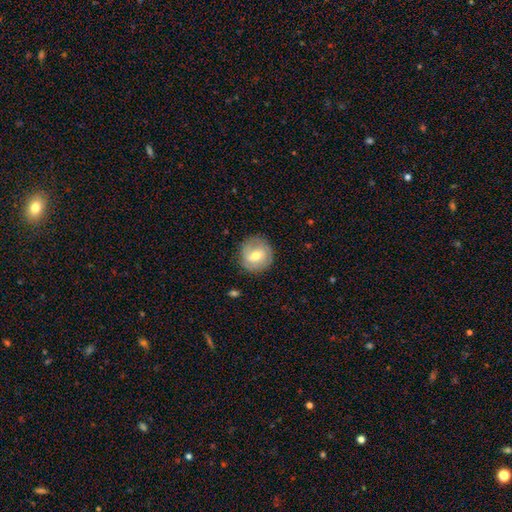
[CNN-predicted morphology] The model was most divided on "smooth or featured": featured or disk: 47%, smooth: 46%, star or artifact: 7%. More confident: merging — none (82%).